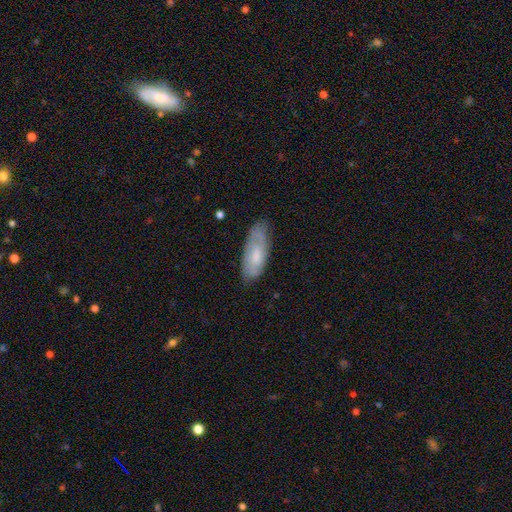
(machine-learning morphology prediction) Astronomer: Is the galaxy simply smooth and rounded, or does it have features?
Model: smooth — 59% (runner-up: featured or disk, 35%).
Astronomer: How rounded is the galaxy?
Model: in between — 73%.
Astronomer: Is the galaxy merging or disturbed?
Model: none — 69%.